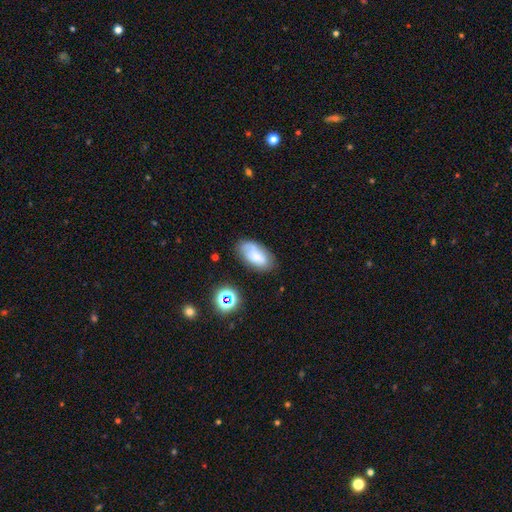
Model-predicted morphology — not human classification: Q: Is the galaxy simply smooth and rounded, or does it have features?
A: smooth — 68%.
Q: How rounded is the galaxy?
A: in between — 92%.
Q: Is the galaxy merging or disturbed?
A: none — 69%.